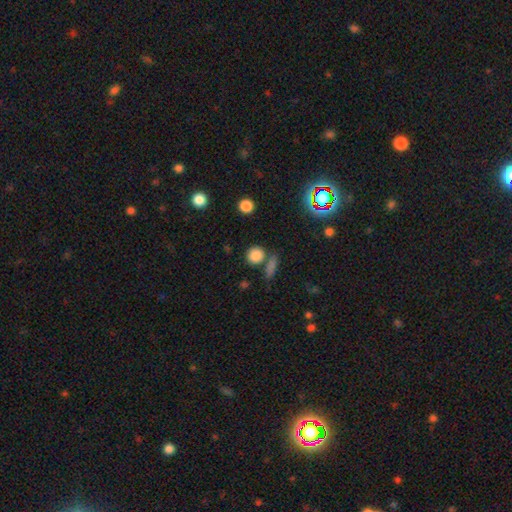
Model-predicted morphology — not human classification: Smooth or featured? Predicted: smooth (p=0.84). How rounded? Predicted: round (p=0.85). Merging? Predicted: none (p=0.73).